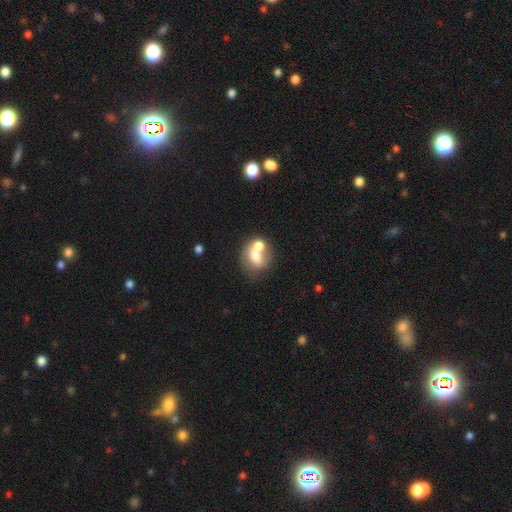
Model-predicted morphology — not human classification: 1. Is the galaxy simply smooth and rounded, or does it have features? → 63% smooth, 27% featured or disk, 10% star or artifact.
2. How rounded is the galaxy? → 51% in between, 47% round, 1% cigar-shaped.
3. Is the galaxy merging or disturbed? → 52% merger, 31% none, 11% minor disturbance, 7% major disturbance.